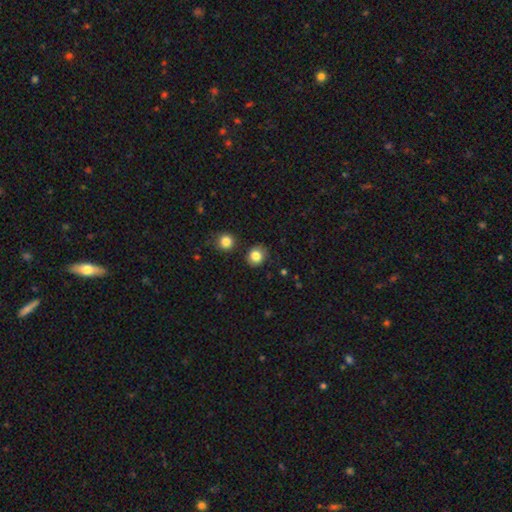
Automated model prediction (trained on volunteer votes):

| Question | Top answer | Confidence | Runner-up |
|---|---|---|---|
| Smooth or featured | smooth | 83% | star or artifact (10%) |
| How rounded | round | 77% | in between (22%) |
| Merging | none | 83% | minor disturbance (10%) |